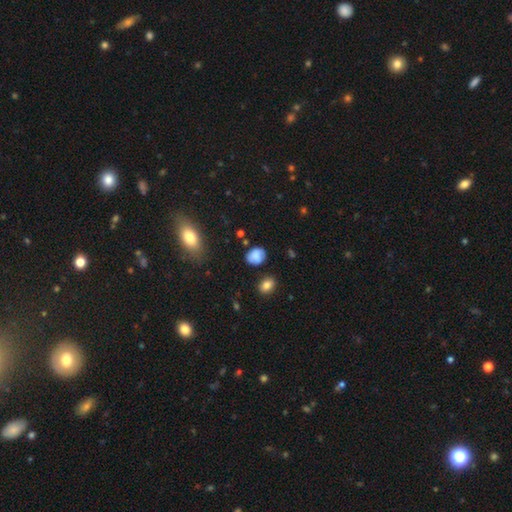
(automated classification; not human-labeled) Smooth or featured? Predicted: smooth (p=0.74). How rounded? Predicted: in between (p=0.60). Merging? Predicted: none (p=0.70).